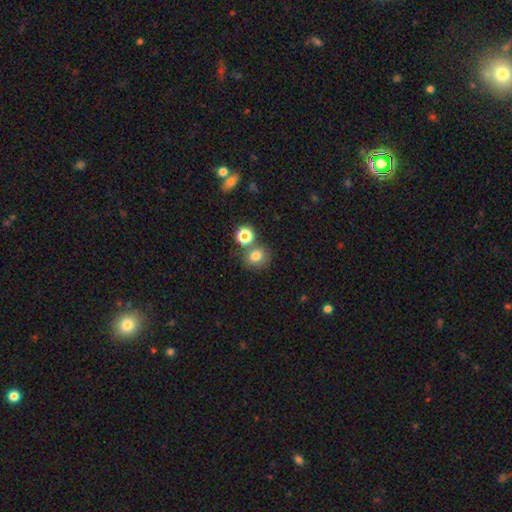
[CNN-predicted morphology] Smooth or featured: smooth — 78% (star or artifact — 14%)
How rounded: round — 77% (in between — 23%)
Merging: none — 64% (merger — 22%)